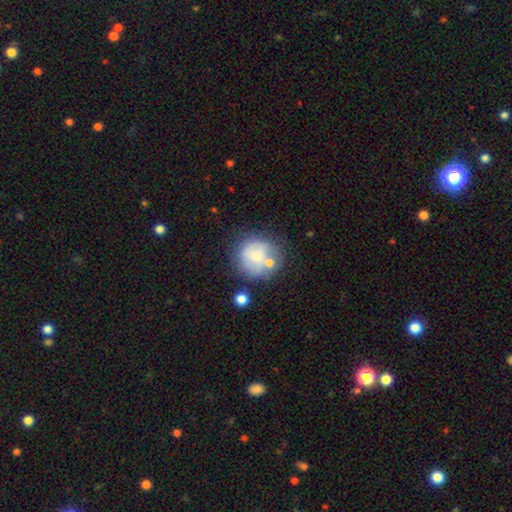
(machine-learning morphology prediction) type=smooth (57%); roundness=round (88%); merging=none (51%).